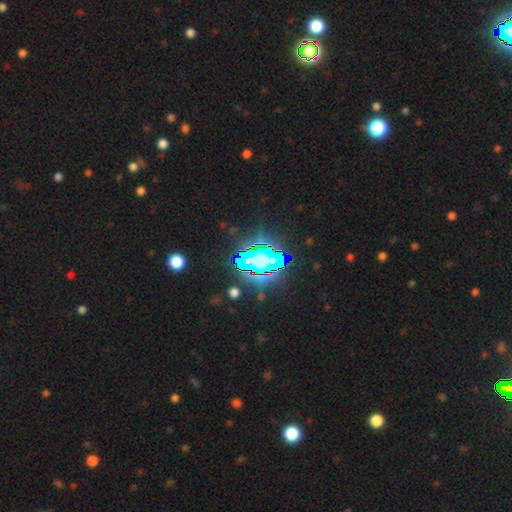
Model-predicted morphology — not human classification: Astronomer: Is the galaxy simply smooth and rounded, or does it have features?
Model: star or artifact — 63%.